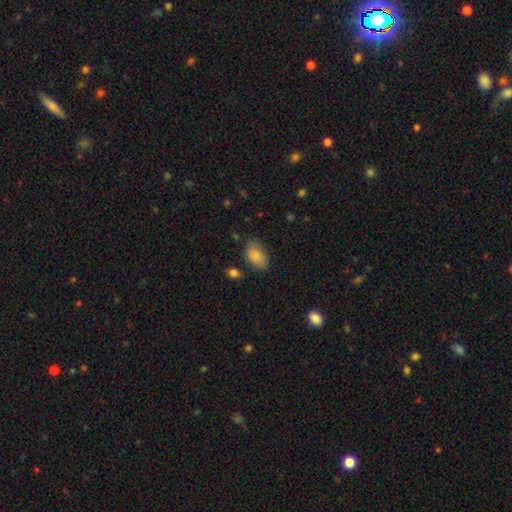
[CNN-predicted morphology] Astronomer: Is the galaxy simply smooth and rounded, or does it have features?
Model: smooth — 87%.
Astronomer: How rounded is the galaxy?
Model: in between — 90%.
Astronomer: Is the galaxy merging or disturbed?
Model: none — 73%.